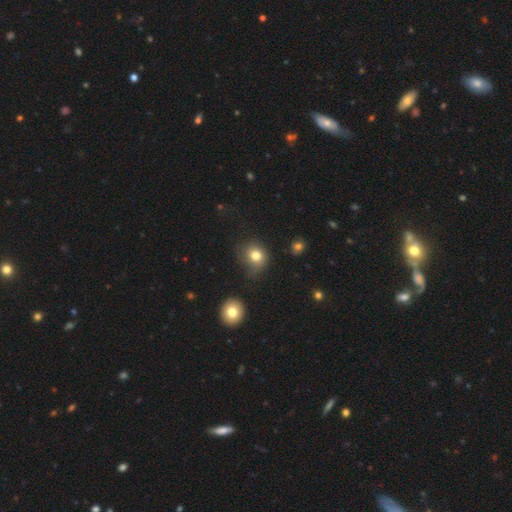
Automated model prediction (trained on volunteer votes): smooth-or-featured: smooth: 78% | star or artifact: 13% | featured or disk: 9%
  how-rounded: round: 75% | in between: 24% | cigar-shaped: 1%
  merging: none: 58% | minor disturbance: 26% | major disturbance: 12% | merger: 4%